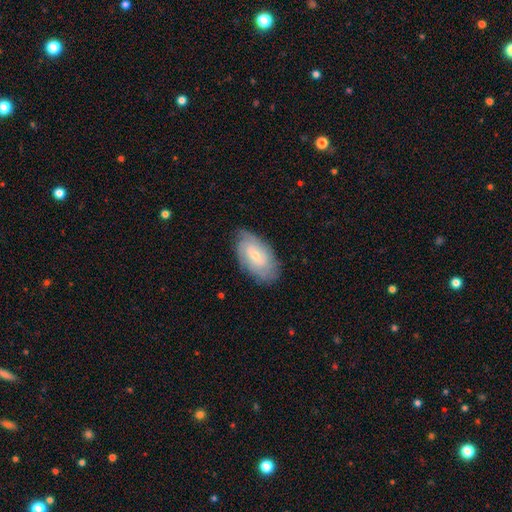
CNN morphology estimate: Smooth or featured? featured or disk (58%)
Edge-on disk? no (93%)
Bar? no (60%)
Spiral arms? yes (82%)
Bulge size? small (68%)
Merging? none (75%)